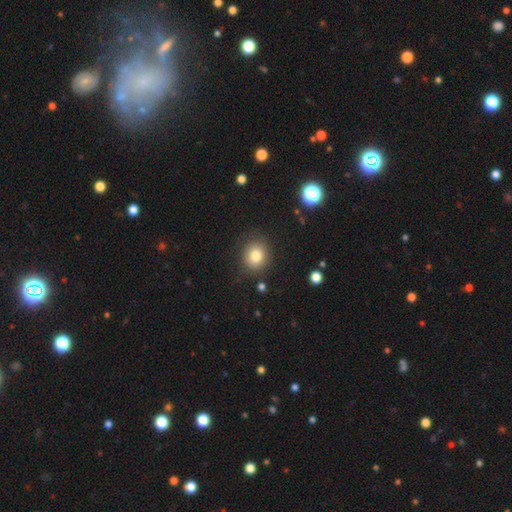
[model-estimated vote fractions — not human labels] This appears to be a smooth galaxy with no disk features (80%) that is round (76%). Merging: none (83%).